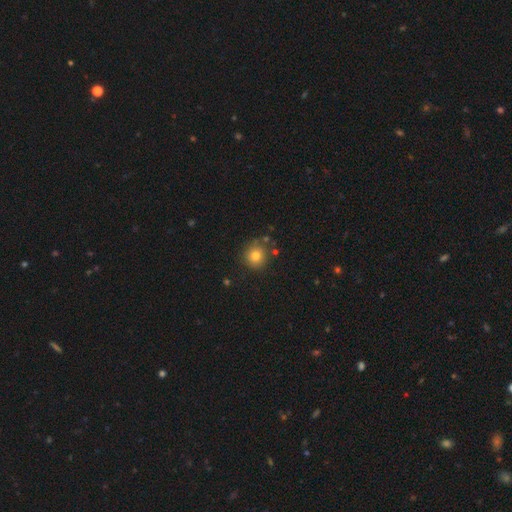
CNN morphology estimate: Smooth or featured: smooth — 79% (star or artifact — 13%)
How rounded: round — 91% (in between — 8%)
Merging: none — 81% (minor disturbance — 11%)